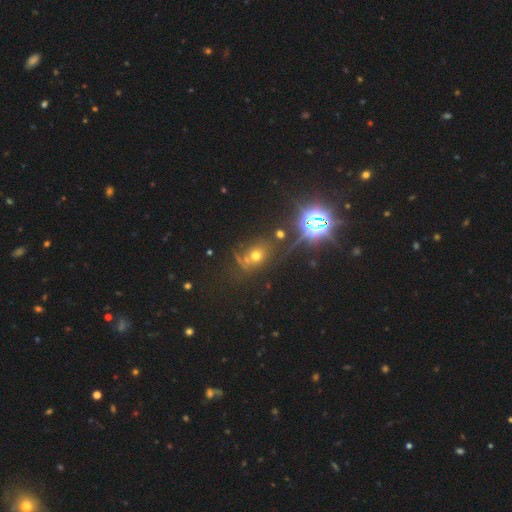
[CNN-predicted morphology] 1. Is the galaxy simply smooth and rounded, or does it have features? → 50% smooth, 35% star or artifact, 15% featured or disk.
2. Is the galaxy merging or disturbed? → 57% none, 16% minor disturbance, 13% merger, 13% major disturbance.